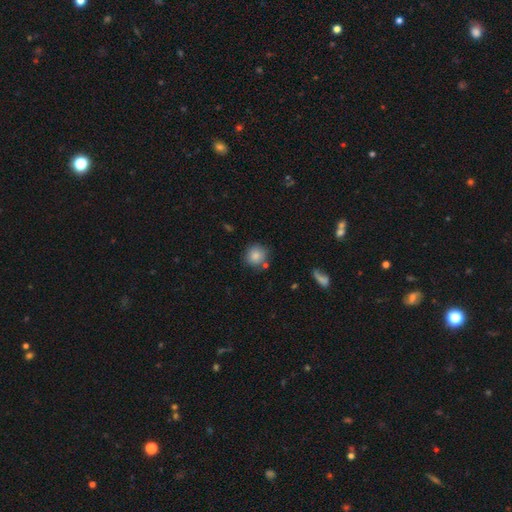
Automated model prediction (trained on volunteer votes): smooth 84%, star or artifact 9%, featured or disk 7%. Down the decision tree: how rounded — round (90%); merging — none (76%).